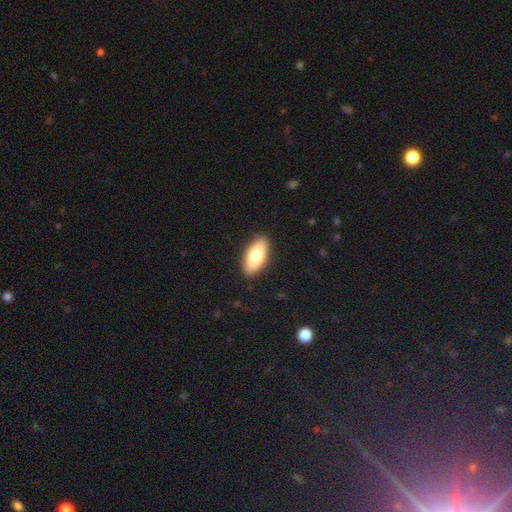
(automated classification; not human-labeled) Morphology: type=smooth (77%); roundness=in between (90%); merging=none (89%).